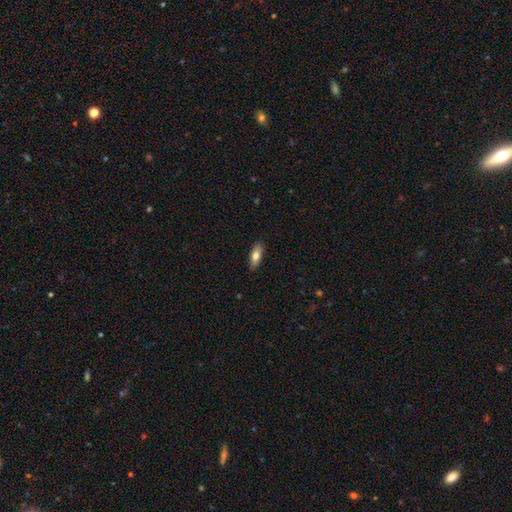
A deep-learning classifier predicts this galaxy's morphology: type=smooth (73%); roundness=in between (70%); merging=none (86%).